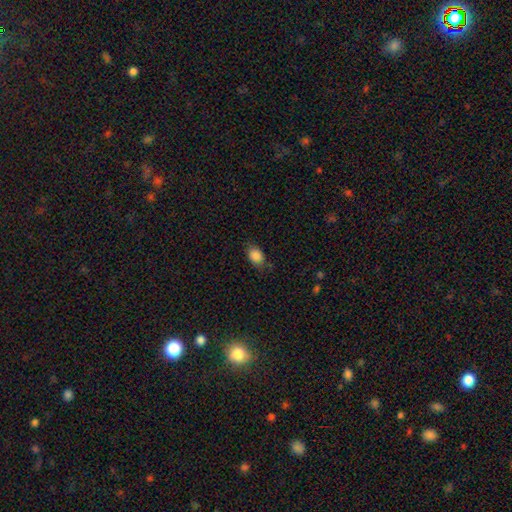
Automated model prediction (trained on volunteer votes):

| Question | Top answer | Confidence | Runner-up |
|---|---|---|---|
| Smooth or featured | smooth | 86% | star or artifact (9%) |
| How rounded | in between | 76% | round (22%) |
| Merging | none | 74% | minor disturbance (20%) |